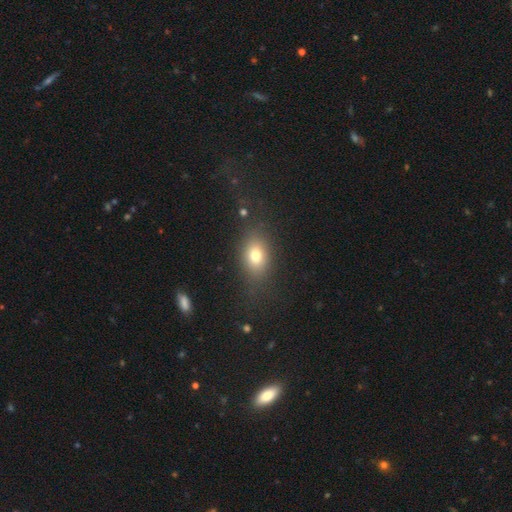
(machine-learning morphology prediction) A smooth galaxy with no disk features (77%) that is in between round and cigar-shaped (68%). Merging: none (77%).